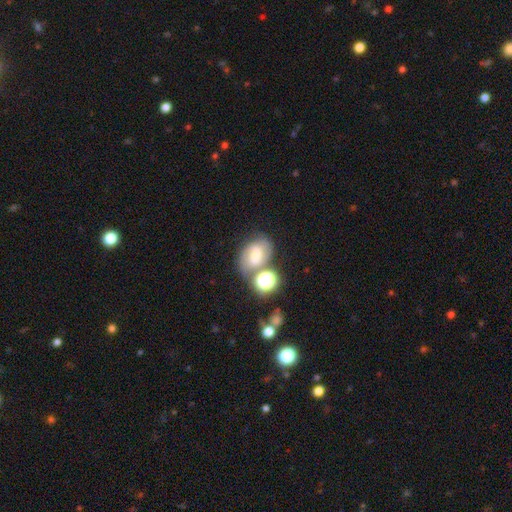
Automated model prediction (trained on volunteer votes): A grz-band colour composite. It shows a smooth galaxy with no disk features (44%). Merging: none (54%).